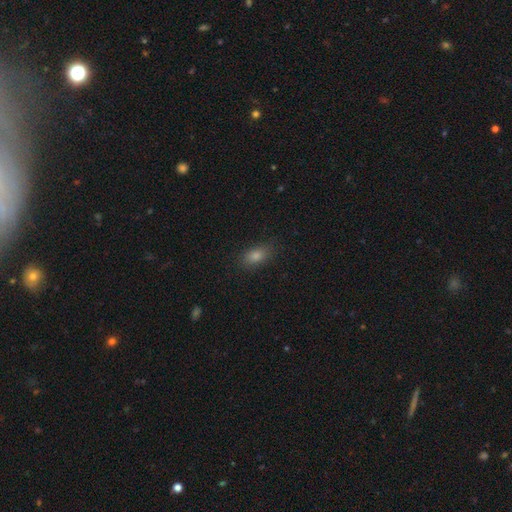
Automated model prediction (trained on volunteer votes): Smooth or featured?
  - smooth: 77% *
  - star or artifact: 15%
  - featured or disk: 8%
How rounded?
  - in between: 82% *
  - round: 11%
  - cigar-shaped: 7%
Merging?
  - none: 85% *
  - minor disturbance: 11%
  - major disturbance: 3%
  - merger: 1%